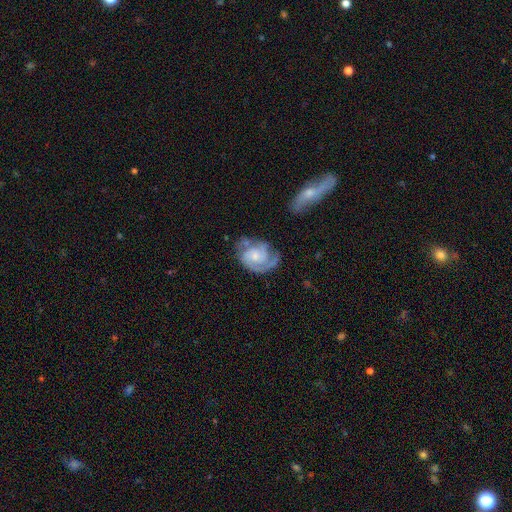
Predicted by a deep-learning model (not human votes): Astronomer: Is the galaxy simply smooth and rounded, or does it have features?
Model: featured or disk — 79%.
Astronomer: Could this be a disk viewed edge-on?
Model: no — 98%.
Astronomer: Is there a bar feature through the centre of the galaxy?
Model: no — 67%.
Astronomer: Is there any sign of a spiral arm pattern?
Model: yes — 93%.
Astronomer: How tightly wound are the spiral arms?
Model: tight — 50% (runner-up: medium, 38%).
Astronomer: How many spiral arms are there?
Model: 2 — 53%.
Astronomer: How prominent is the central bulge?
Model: small — 52% (runner-up: moderate, 34%).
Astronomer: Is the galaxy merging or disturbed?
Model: none — 55%.